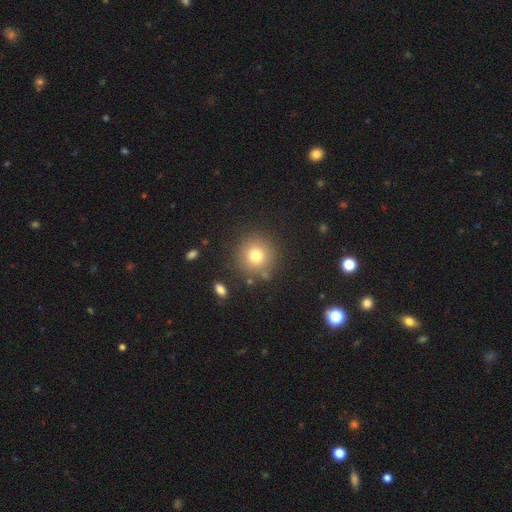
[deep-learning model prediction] Overall: smooth (75%). How rounded: round (93%). Merging: none (84%).